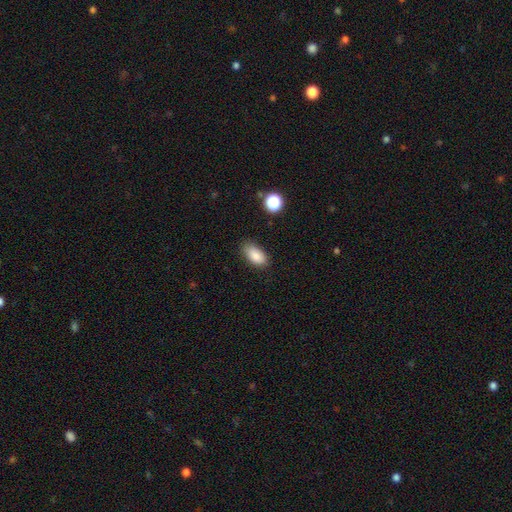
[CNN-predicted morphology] This is clearly a smooth galaxy (86%). How rounded: clearly in between (91%). Merging: likely none (76%).